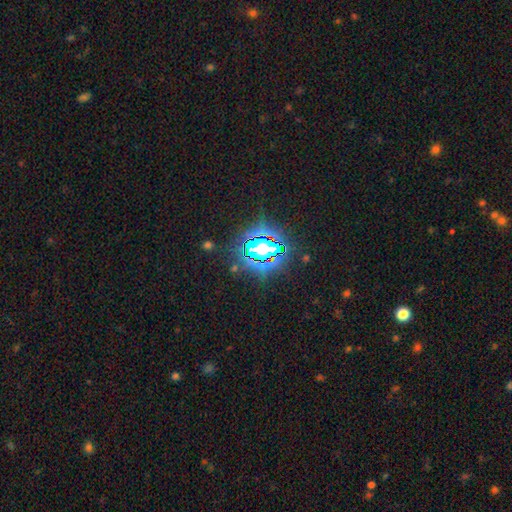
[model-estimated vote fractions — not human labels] Smooth or featured? star or artifact (79%)